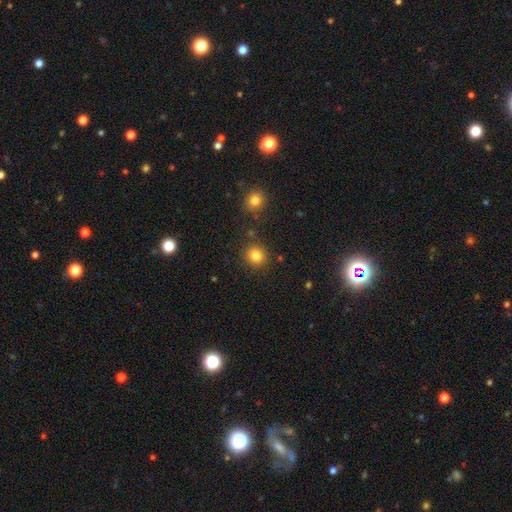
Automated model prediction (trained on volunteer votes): This is clearly a smooth galaxy (83%). How rounded: clearly round (89%). Merging: clearly none (86%).